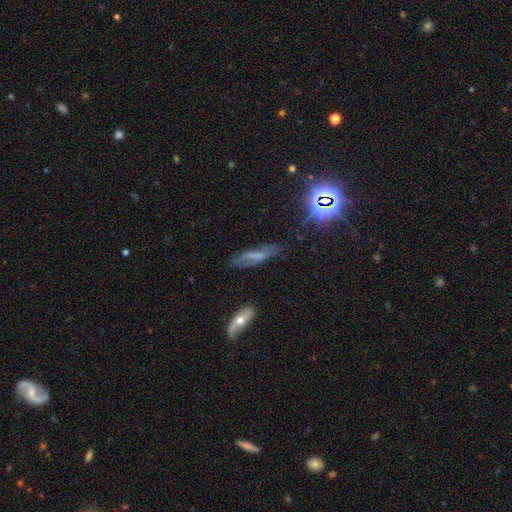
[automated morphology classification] featured or disk 44%, smooth 37%, star or artifact 19%. Down the decision tree: merging — none (63%).